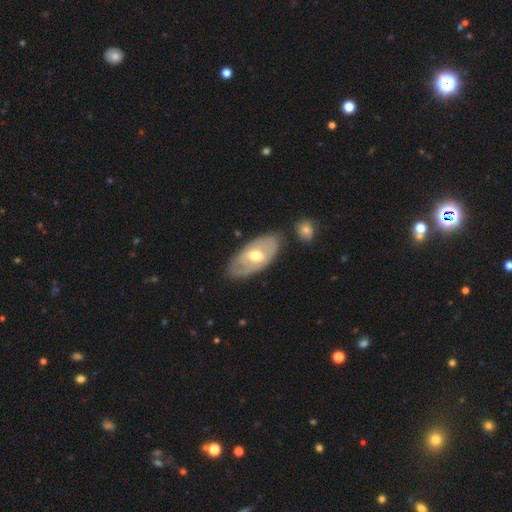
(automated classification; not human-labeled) Smooth or featured? Predicted: featured or disk (p=0.57). Edge-on disk? Predicted: no (p=0.86). Merging? Predicted: none (p=0.74).